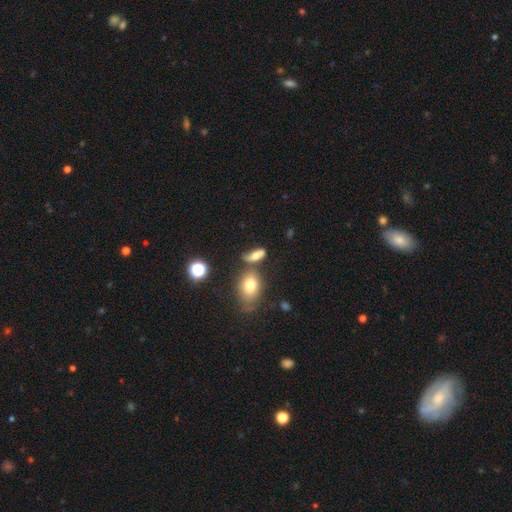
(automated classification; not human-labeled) Smooth or featured? Predicted: smooth (p=0.59). How rounded? Predicted: in between (p=0.68). Merging? Predicted: none (p=0.46).